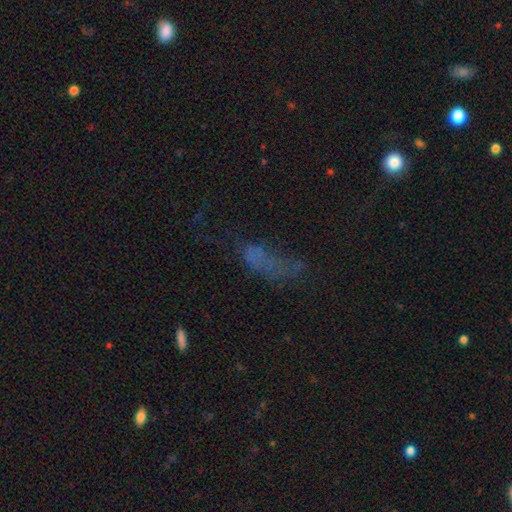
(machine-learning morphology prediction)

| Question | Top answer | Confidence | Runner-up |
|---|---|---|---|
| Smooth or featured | smooth | 44% | featured or disk (30%) |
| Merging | major disturbance | 42% | none (31%) |